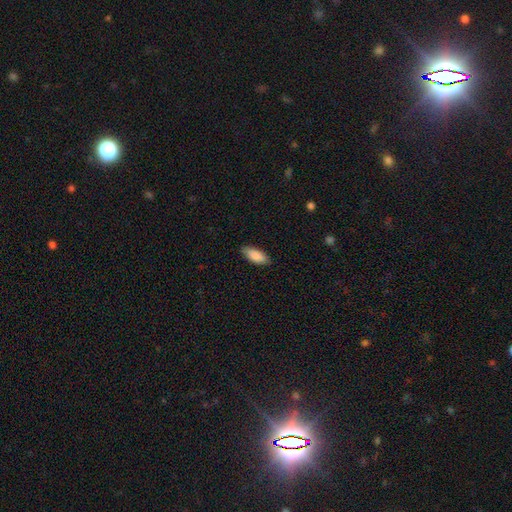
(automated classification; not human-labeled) This appears to be a smooth galaxy with no disk features (89%) that is in between round and cigar-shaped (82%). Merging: none (85%).